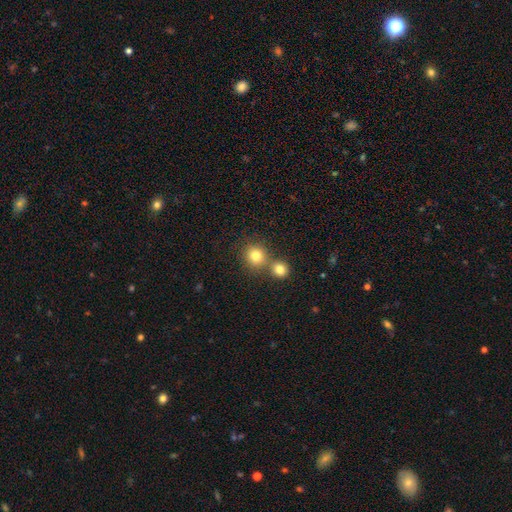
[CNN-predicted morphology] A smooth galaxy with no disk features (80%) that is round (89%).

Vote fractions:
- Smooth or featured? smooth: 80% / star or artifact: 13% / featured or disk: 7%
- How rounded? round: 89% / in between: 10% / cigar-shaped: 1%
- Merging? none: 59% / merger: 32% / minor disturbance: 7% / major disturbance: 2%